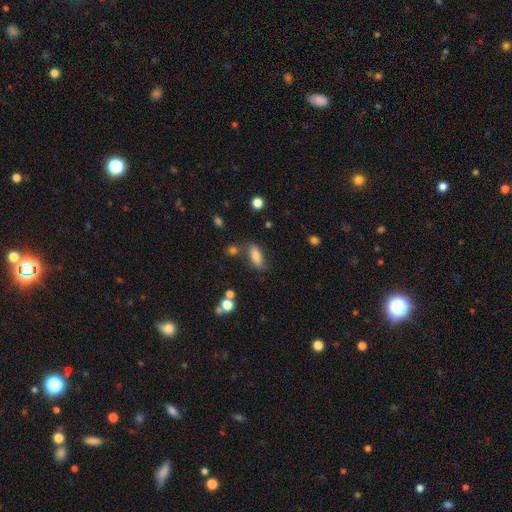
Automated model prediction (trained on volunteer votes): Morphology: type=smooth (79%); roundness=in between (82%); merging=none (68%).